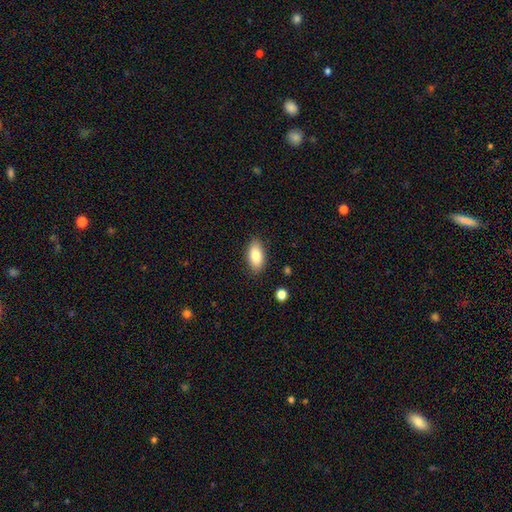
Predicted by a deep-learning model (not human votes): This is clearly a smooth galaxy (83%). How rounded: clearly in between (91%). Merging: clearly none (85%).